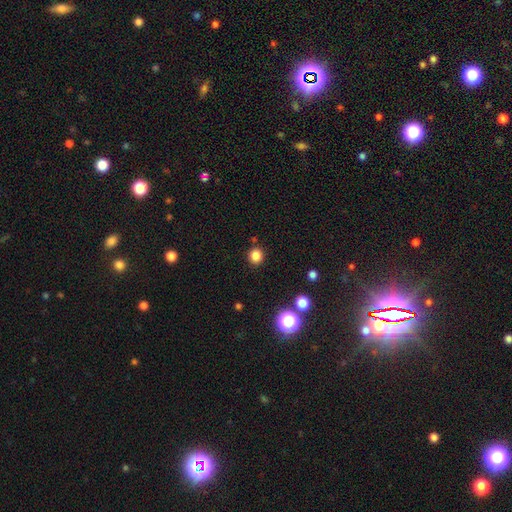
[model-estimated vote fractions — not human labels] This appears to be a smooth galaxy with no disk features (83%) that is round (90%). Merging: none (89%).